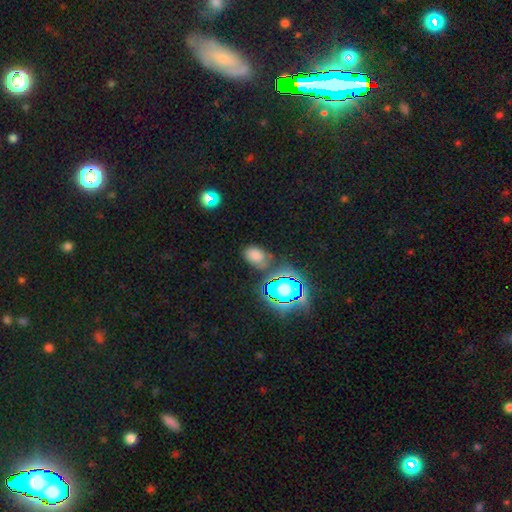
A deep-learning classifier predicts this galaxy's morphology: A smooth galaxy with no disk features (65%) that is in between round and cigar-shaped (81%).

Vote fractions:
- Smooth or featured? smooth: 65% / star or artifact: 26% / featured or disk: 9%
- How rounded? in between: 81% / round: 17% / cigar-shaped: 1%
- Merging? none: 69% / minor disturbance: 18% / merger: 7% / major disturbance: 6%